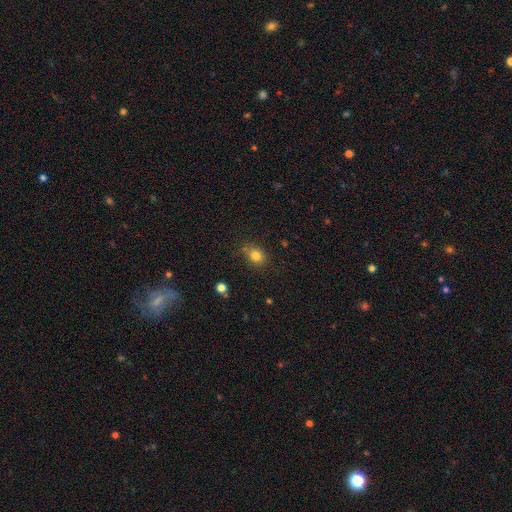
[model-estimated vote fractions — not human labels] Smooth or featured? smooth (80%)
How rounded? round (63%)
Merging? none (70%)